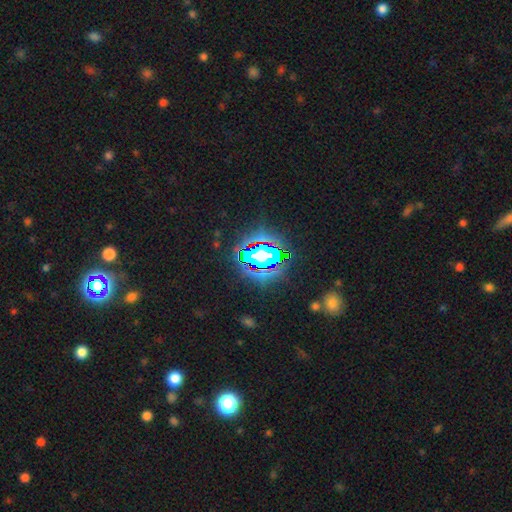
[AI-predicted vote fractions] This appears to be a star or artifact, not a galaxy (81%).